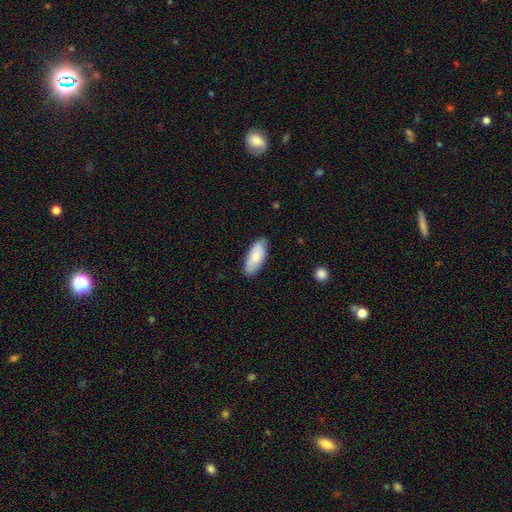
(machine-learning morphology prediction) smooth-or-featured: smooth: 75% | featured or disk: 19% | star or artifact: 6%
  how-rounded: in between: 87% | cigar-shaped: 11% | round: 2%
  merging: none: 80% | minor disturbance: 16% | major disturbance: 3% | merger: 1%